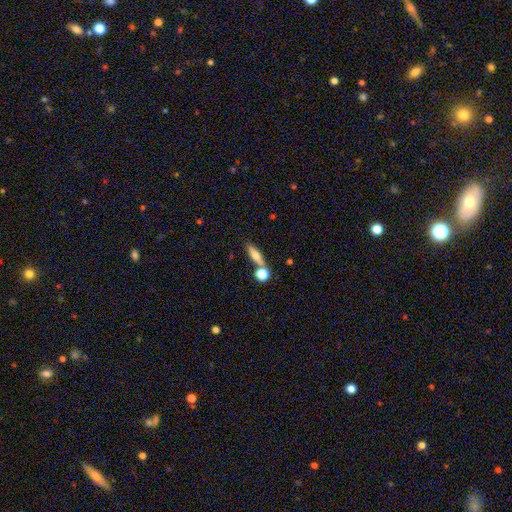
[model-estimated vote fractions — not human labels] Smooth or featured?
  - smooth: 63% *
  - featured or disk: 29%
  - star or artifact: 9%
How rounded?
  - cigar-shaped: 52% *
  - in between: 40%
  - round: 8%
Merging?
  - none: 65% *
  - merger: 20%
  - minor disturbance: 11%
  - major disturbance: 4%